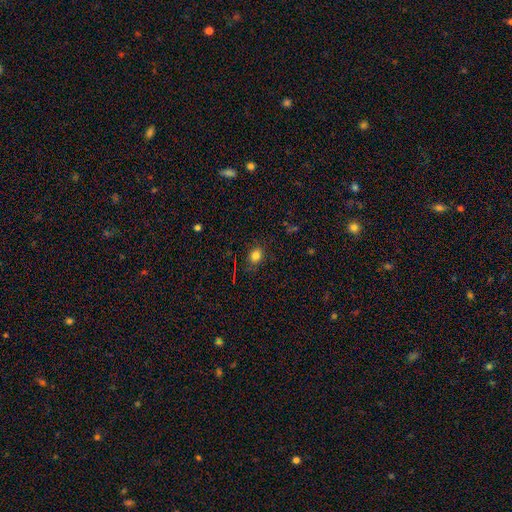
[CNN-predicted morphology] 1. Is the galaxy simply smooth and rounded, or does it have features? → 79% smooth, 14% star or artifact, 7% featured or disk.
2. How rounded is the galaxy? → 51% in between, 48% round, 1% cigar-shaped.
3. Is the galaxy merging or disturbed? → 82% none, 13% minor disturbance, 4% major disturbance, 1% merger.